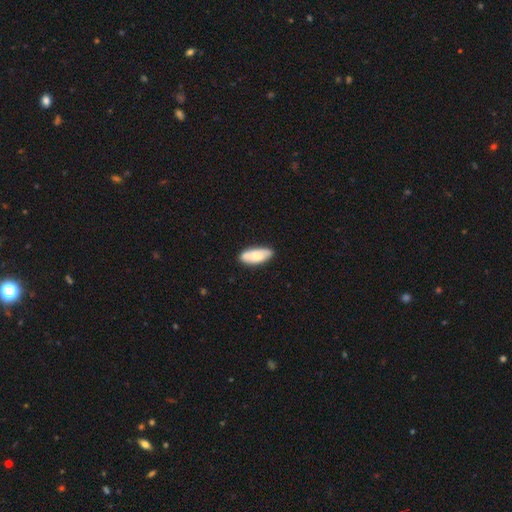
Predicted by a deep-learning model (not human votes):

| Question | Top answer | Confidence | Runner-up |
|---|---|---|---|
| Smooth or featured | smooth | 67% | featured or disk (27%) |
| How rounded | in between | 84% | cigar-shaped (14%) |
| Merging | none | 79% | minor disturbance (16%) |